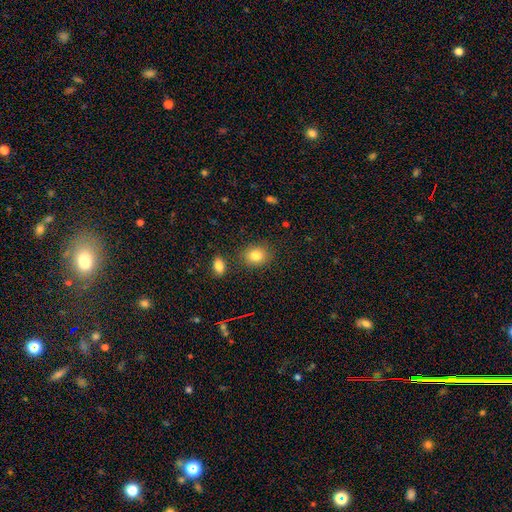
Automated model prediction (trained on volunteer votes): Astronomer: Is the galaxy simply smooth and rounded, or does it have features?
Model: smooth — 82%.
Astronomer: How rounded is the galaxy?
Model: round — 55% (runner-up: in between, 44%).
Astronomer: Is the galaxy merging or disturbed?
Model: none — 83%.